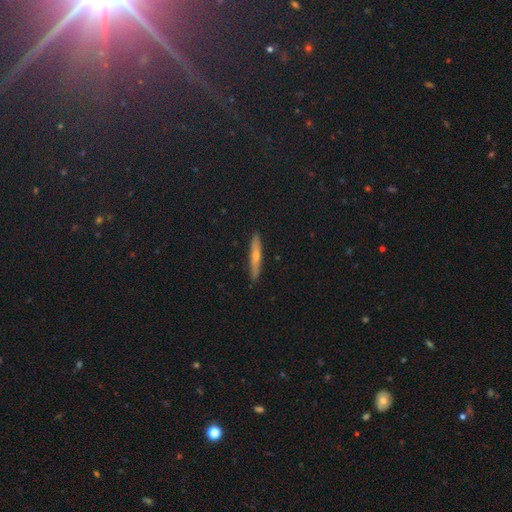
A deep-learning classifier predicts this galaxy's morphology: smooth_or_featured: featured or disk (p=0.52) [alt: smooth p=0.40]
disk_edge_on: yes (p=0.93) [alt: no p=0.07]
merging: none (p=0.91) [alt: minor disturbance p=0.07]